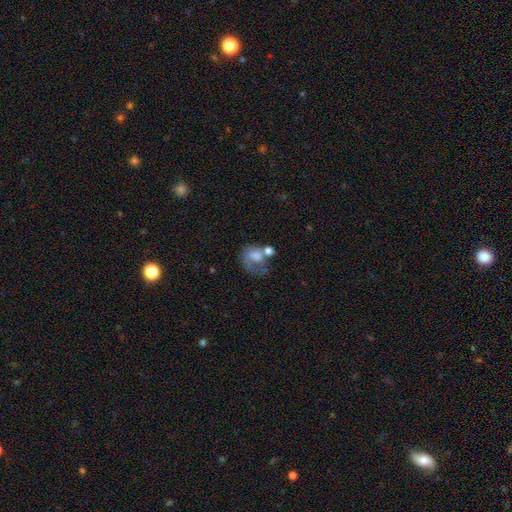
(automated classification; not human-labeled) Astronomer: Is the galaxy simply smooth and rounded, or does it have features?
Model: featured or disk — 46% (runner-up: smooth, 43%).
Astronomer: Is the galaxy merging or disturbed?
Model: none — 31% (runner-up: major disturbance, 29%).